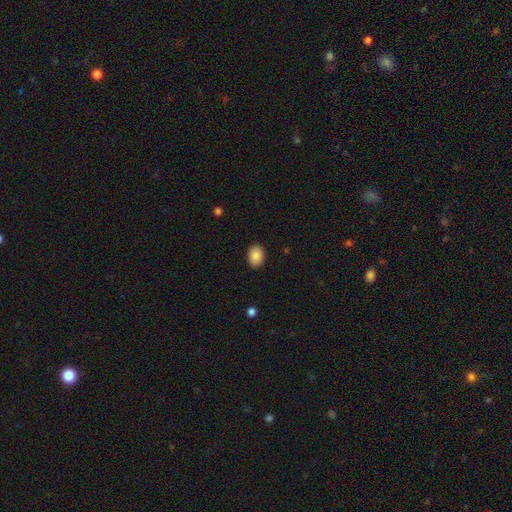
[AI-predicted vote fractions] Smooth or featured? smooth (88%)
How rounded? in between (74%)
Merging? none (89%)